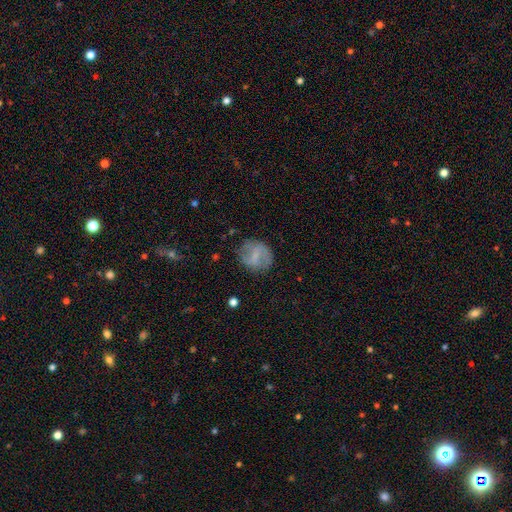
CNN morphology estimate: Smooth or featured? Predicted: featured or disk (p=0.48). Merging? Predicted: none (p=0.70).